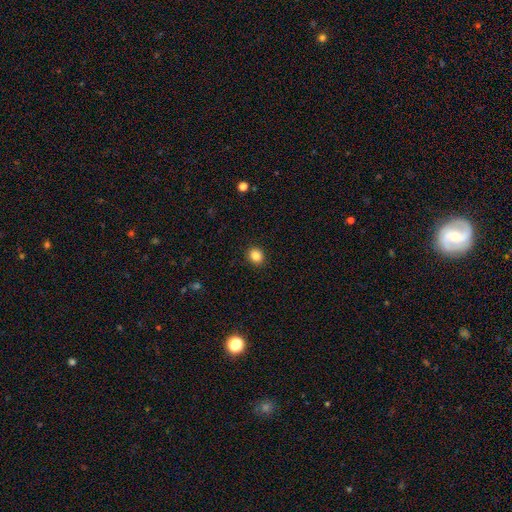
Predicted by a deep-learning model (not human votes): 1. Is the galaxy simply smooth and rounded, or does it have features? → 86% smooth, 10% star or artifact, 4% featured or disk.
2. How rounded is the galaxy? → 66% round, 33% in between, 1% cigar-shaped.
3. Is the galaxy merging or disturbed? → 91% none, 6% minor disturbance, 2% major disturbance, 1% merger.